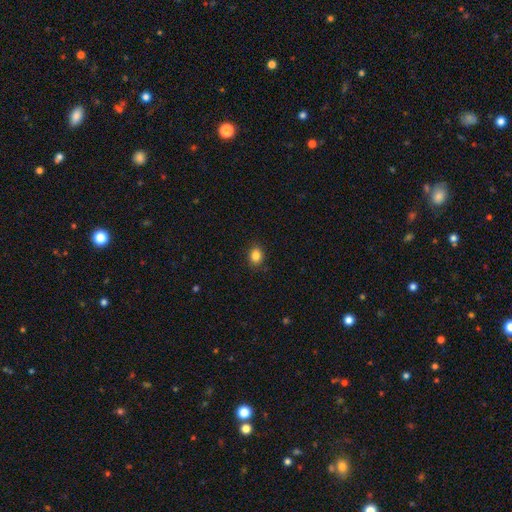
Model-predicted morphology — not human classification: smooth-or-featured: smooth: 85% | star or artifact: 10% | featured or disk: 4%
  how-rounded: round: 50% | in between: 49% | cigar-shaped: 1%
  merging: none: 87% | minor disturbance: 10% | major disturbance: 2% | merger: 1%